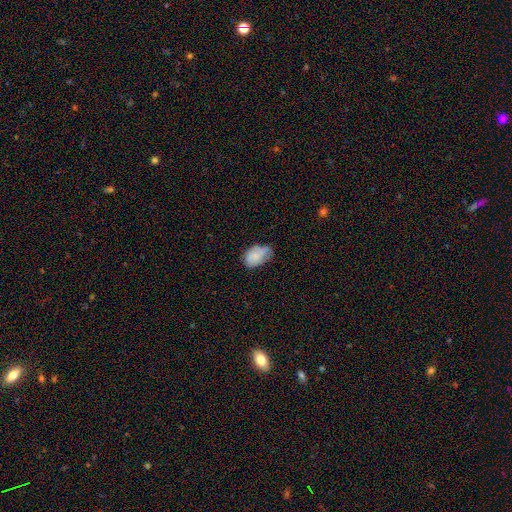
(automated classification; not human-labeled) This appears to be a smooth galaxy with no disk features (79%) that is in between round and cigar-shaped (87%). Merging: none (45%).